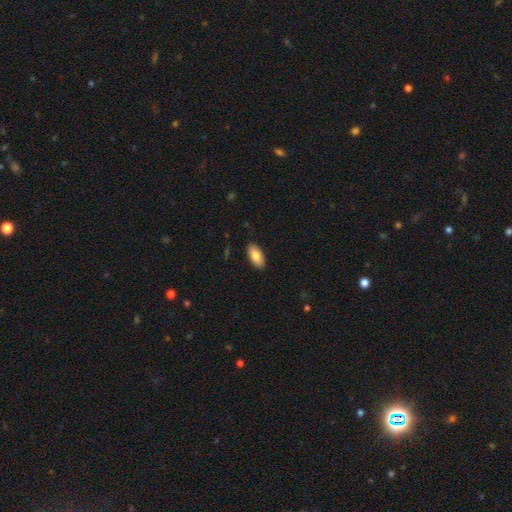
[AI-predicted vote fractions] Smooth or featured: smooth — 85% (featured or disk — 9%)
How rounded: in between — 92% (cigar-shaped — 6%)
Merging: none — 89% (minor disturbance — 8%)